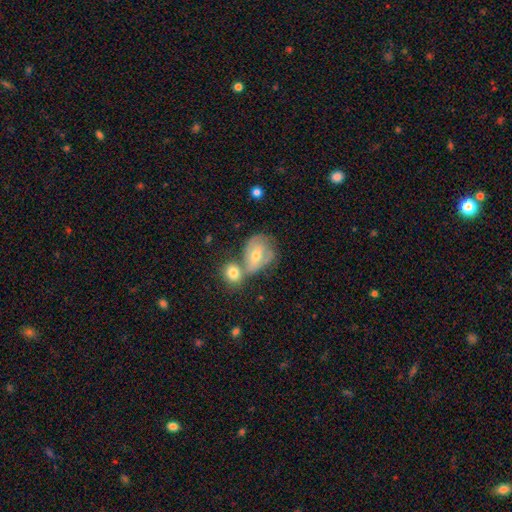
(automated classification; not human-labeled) The model was most divided on "bar": no: 53%, weak: 35%, strong: 12%. More confident: edge-on disk — no (93%); spiral arms — yes (68%); bulge size — moderate (60%); smooth or featured — featured or disk (54%); merging — none (51%).